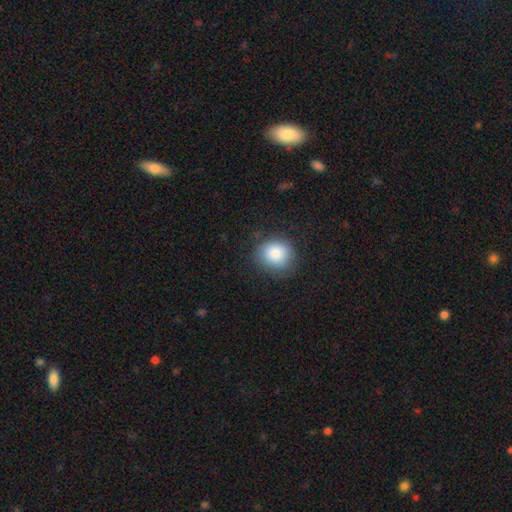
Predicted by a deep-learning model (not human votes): smooth-or-featured: smooth: 76% | star or artifact: 18% | featured or disk: 6%
  how-rounded: round: 87% | in between: 12% | cigar-shaped: 1%
  merging: none: 90% | minor disturbance: 7% | major disturbance: 2% | merger: 1%